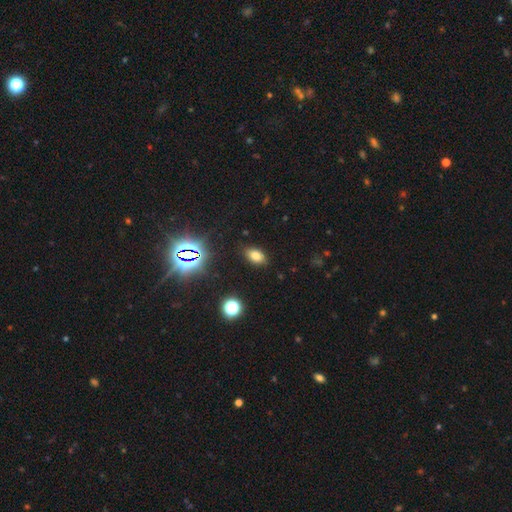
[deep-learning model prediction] Smooth or featured? smooth (74%)
How rounded? in between (87%)
Merging? none (87%)